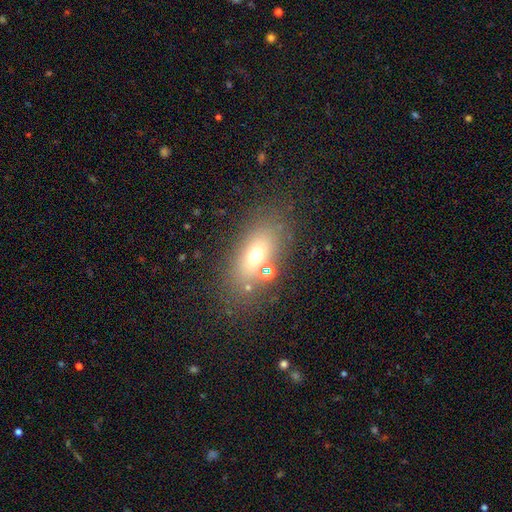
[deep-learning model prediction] Smooth or featured: smooth — 63% (featured or disk — 20%)
How rounded: in between — 75% (round — 17%)
Merging: none — 72% (minor disturbance — 12%)